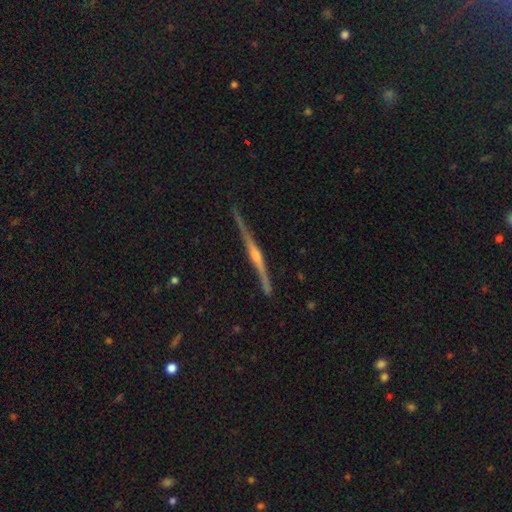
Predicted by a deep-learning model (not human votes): smooth-or-featured: featured or disk: 88% | smooth: 7% | star or artifact: 5%
  disk-edge-on: yes: 98% | no: 2%
    edge-on-bulge: rounded: 88% | none: 7% | boxy: 5%
  merging: none: 89% | minor disturbance: 8% | major disturbance: 2% | merger: 1%